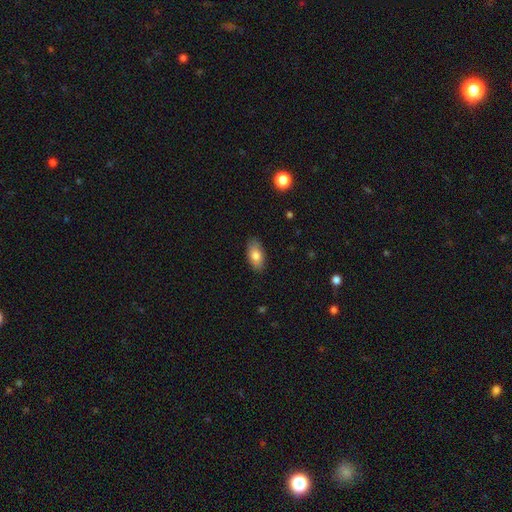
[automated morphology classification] This is likely a smooth galaxy (79%). How rounded: clearly in between (92%). Merging: clearly none (87%).